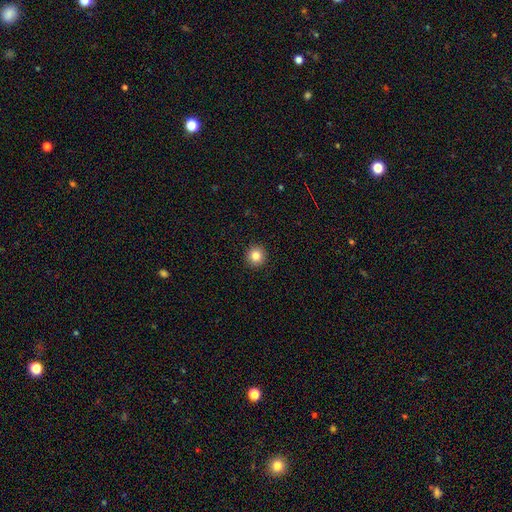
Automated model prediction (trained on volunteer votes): Overall: smooth (85%). How rounded: round (94%). Merging: none (93%).